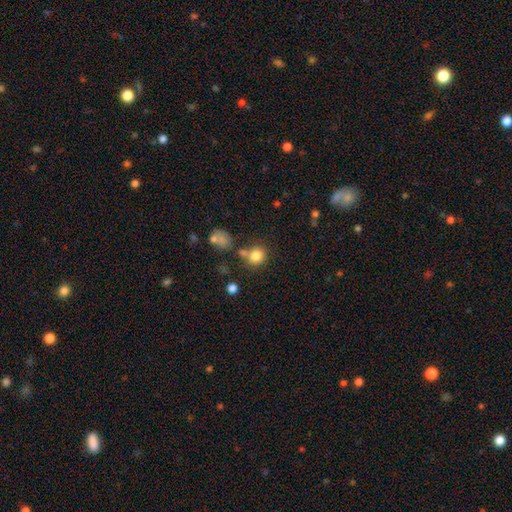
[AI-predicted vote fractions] A smooth galaxy with no disk features (82%) that is round (82%). Merging: none (62%).